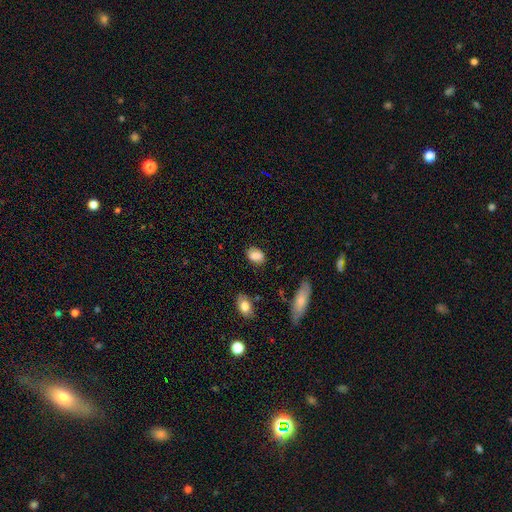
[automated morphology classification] This is clearly a smooth galaxy (83%). How rounded: clearly in between (83%). Merging: likely none (77%).